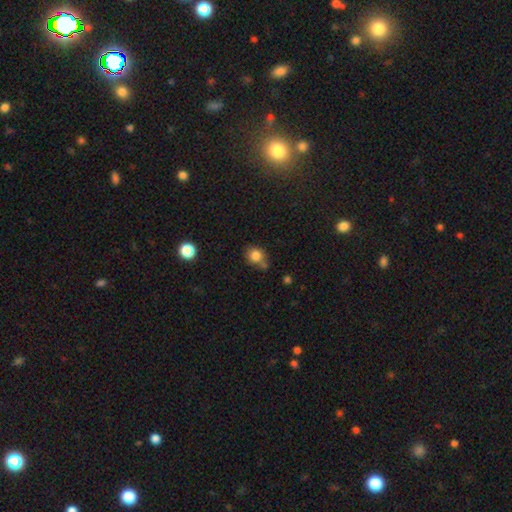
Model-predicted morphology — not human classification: This is clearly a smooth galaxy (82%). How rounded: likely round (67%). Merging: likely none (62%).